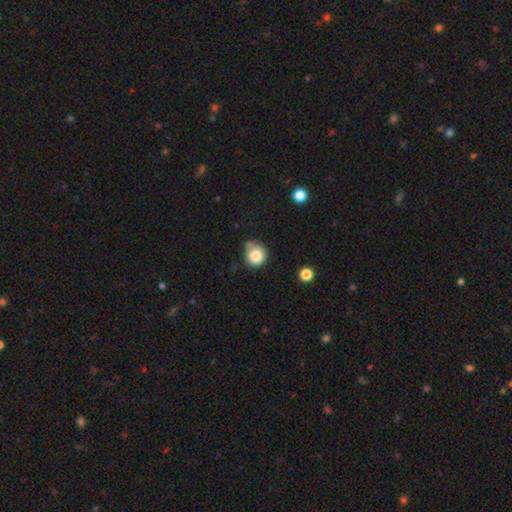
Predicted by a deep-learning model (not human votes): This appears to be a smooth galaxy with no disk features (83%) that is round (87%). Merging: none (62%).